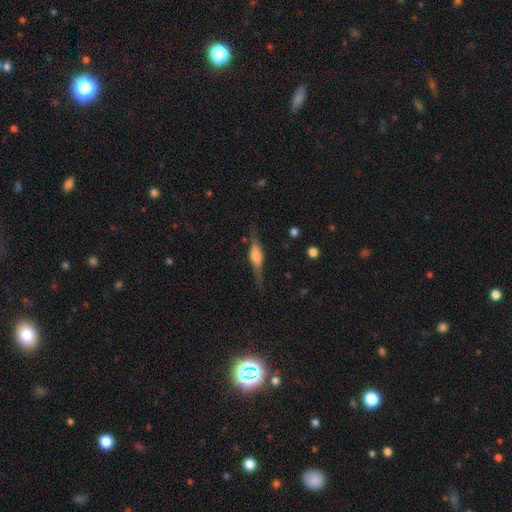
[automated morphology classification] This is likely a featured or disk galaxy (61%). It is clearly viewed edge-on (94%). Edge-on bulge: likely rounded (72%). Merging: likely none (77%).